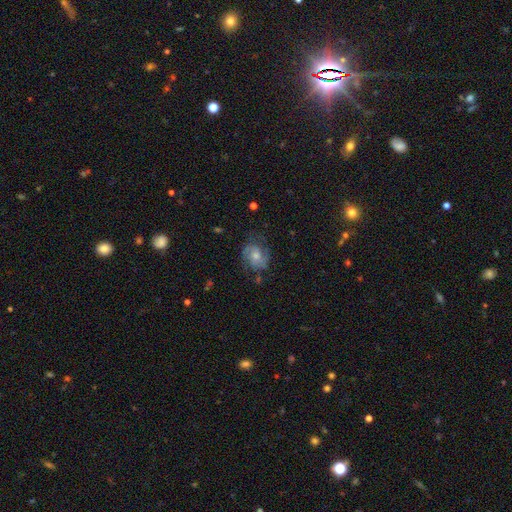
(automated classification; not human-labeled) This is likely a featured or disk galaxy (66%). It is clearly not viewed edge-on (97%). Bar: likely no (65%). Spiral arm pattern: clearly yes (90%). Spiral arm count: likely 2 (61%). Spiral winding: marginally medium (44%). Central bulge: possibly moderate (59%). Merging: likely none (74%).